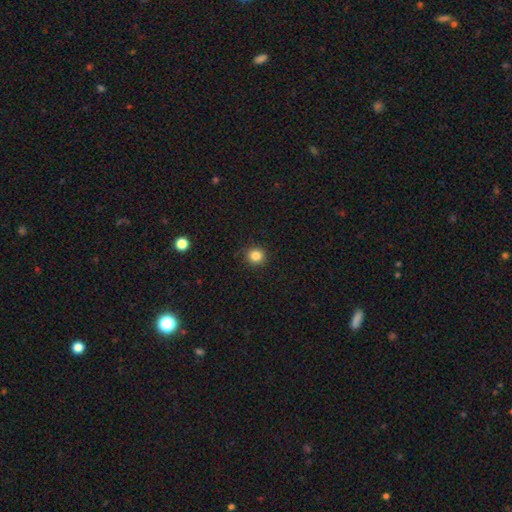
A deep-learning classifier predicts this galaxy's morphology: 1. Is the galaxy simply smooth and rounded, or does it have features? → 84% smooth, 12% star or artifact, 4% featured or disk.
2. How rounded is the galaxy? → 93% round, 6% in between, 1% cigar-shaped.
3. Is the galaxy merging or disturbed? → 91% none, 6% minor disturbance, 2% major disturbance, 1% merger.